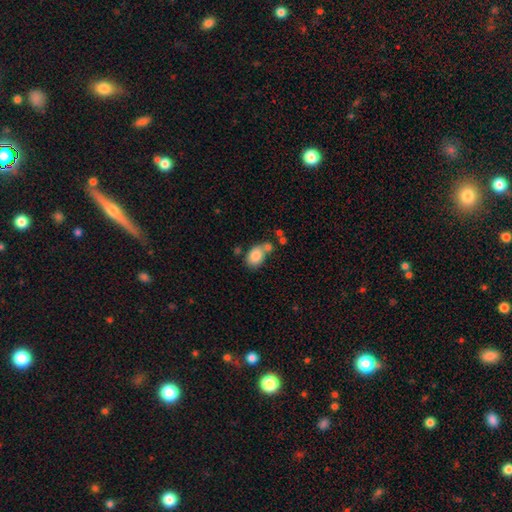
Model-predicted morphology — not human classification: Overall: smooth (83%). How rounded: in between (78%). Merging: none (52%; merger 25%).